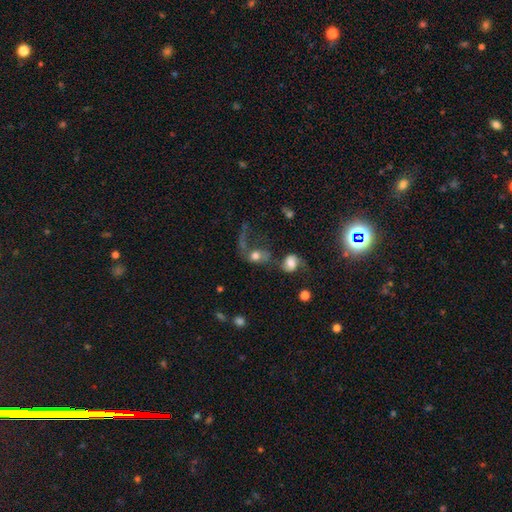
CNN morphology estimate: smooth 52%, featured or disk 36%, star or artifact 13%. Down the decision tree: how rounded — in between (49%, tied with round); merging — major disturbance (36%).